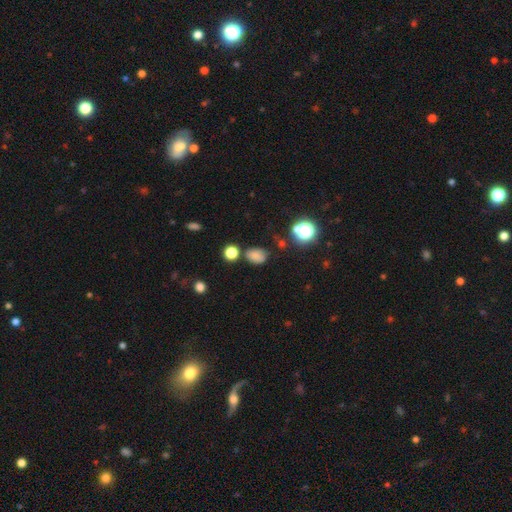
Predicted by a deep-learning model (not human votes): smooth_or_featured: smooth (p=0.73) [alt: star or artifact p=0.19]
how_rounded: in between (p=0.69) [alt: round p=0.30]
merging: none (p=0.67) [alt: minor disturbance p=0.20]